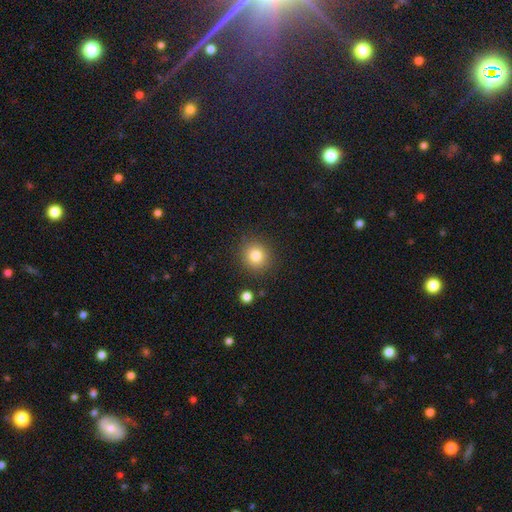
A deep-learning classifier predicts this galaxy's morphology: The model was most divided on "smooth or featured": smooth: 81%, star or artifact: 12%, featured or disk: 7%. More confident: how rounded — round (89%); merging — none (88%).